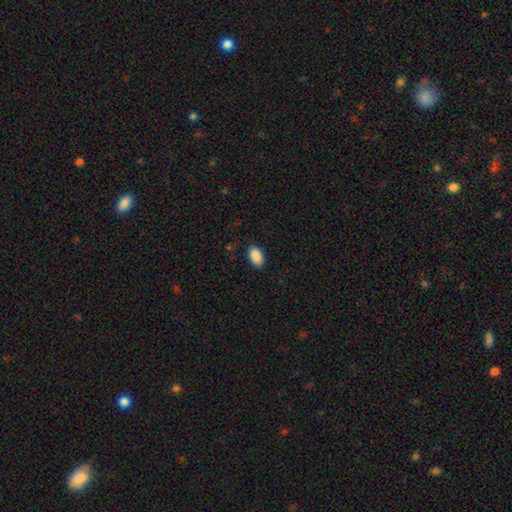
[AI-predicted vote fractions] A smooth galaxy with no disk features (90%) that is in between round and cigar-shaped (93%).

Vote fractions:
- Smooth or featured? smooth: 90% / star or artifact: 7% / featured or disk: 3%
- How rounded? in between: 93% / round: 6% / cigar-shaped: 2%
- Merging? none: 85% / minor disturbance: 11% / major disturbance: 2% / merger: 1%